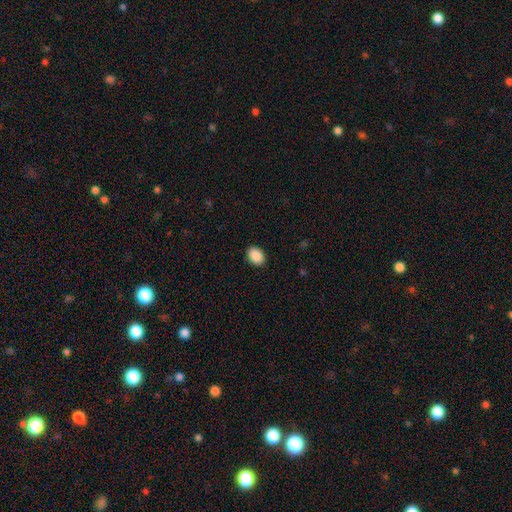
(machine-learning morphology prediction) This appears to be a smooth galaxy with no disk features (90%) that is in between round and cigar-shaped (76%). Merging: none (90%).